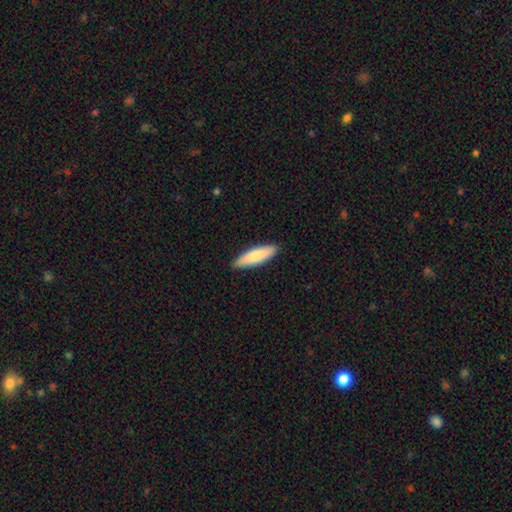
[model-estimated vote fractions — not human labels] smooth_or_featured: smooth (p=0.81) [alt: featured or disk p=0.14]
how_rounded: cigar-shaped (p=0.64) [alt: in between p=0.34]
merging: none (p=0.88) [alt: minor disturbance p=0.09]